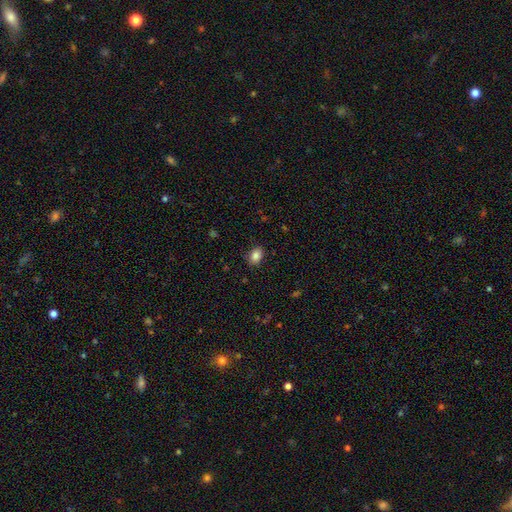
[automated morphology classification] Smooth or featured? Predicted: smooth (p=0.86). How rounded? Predicted: in between (p=0.77). Merging? Predicted: none (p=0.86).